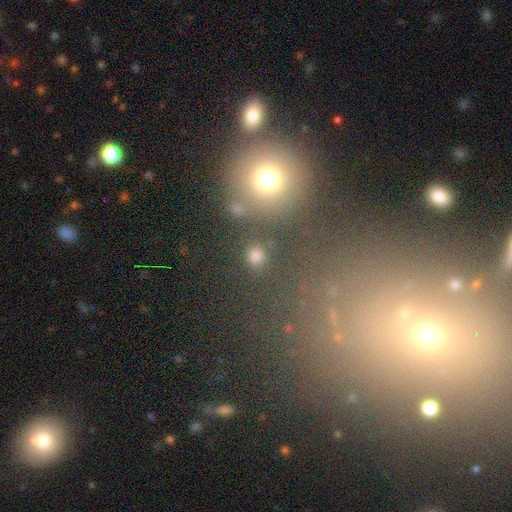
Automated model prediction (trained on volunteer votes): Smooth or featured? smooth (71%)
How rounded? round (81%)
Merging? none (79%)